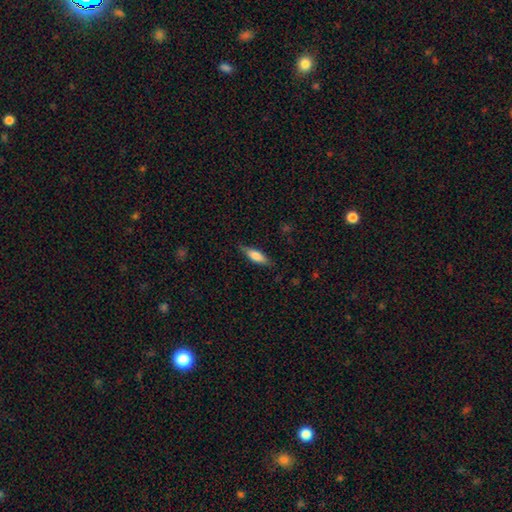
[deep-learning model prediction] This is likely a smooth galaxy (73%). How rounded: possibly in between (52%). Merging: likely none (79%).